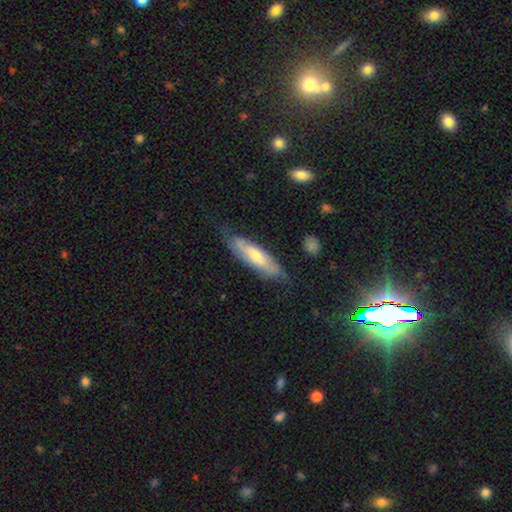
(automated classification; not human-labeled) featured or disk 49%, smooth 45%, star or artifact 6%. Down the decision tree: merging — none (67%).